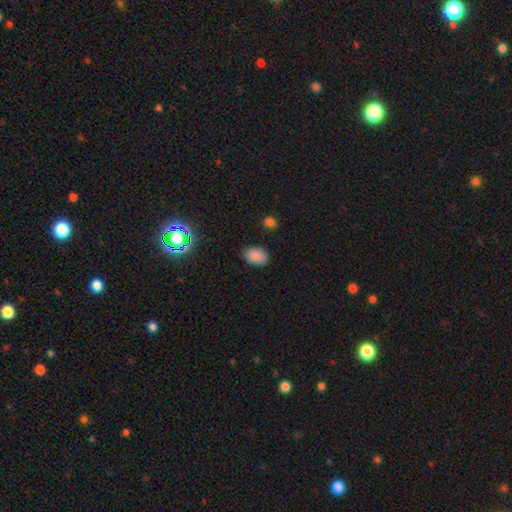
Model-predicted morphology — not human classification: A smooth galaxy with no disk features (86%) that is in between round and cigar-shaped (86%). Merging: none (85%).